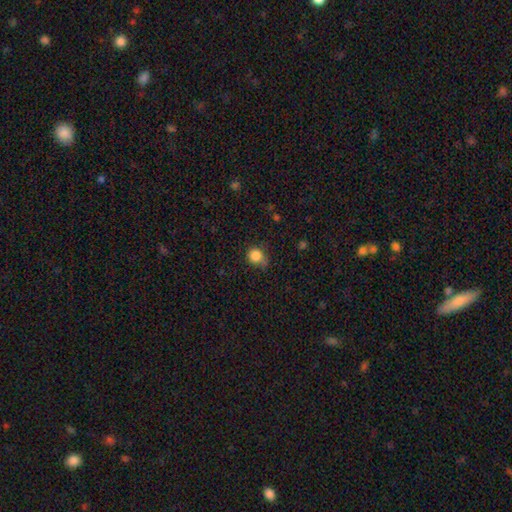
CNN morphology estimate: type=smooth (84%); roundness=round (85%); merging=none (61%).